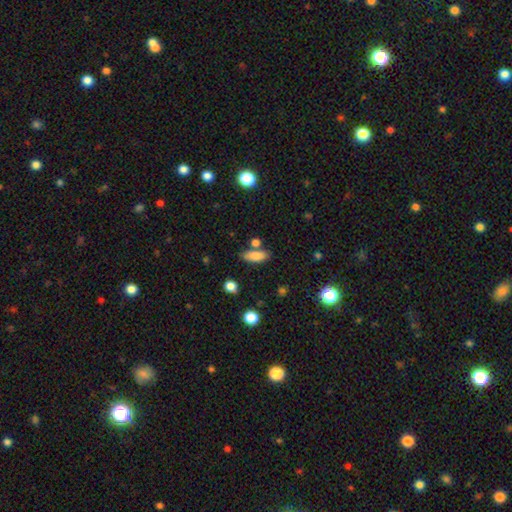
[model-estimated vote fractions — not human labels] A smooth galaxy with no disk features (84%) that is in between round and cigar-shaped (67%).

Vote fractions:
- Smooth or featured? smooth: 84% / star or artifact: 9% / featured or disk: 8%
- How rounded? in between: 67% / cigar-shaped: 29% / round: 3%
- Merging? none: 68% / minor disturbance: 14% / merger: 14% / major disturbance: 4%